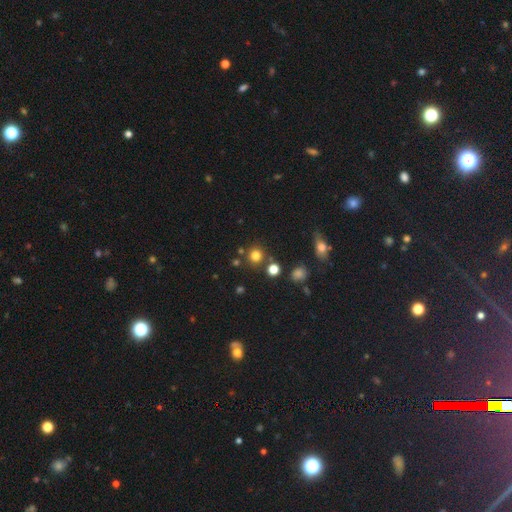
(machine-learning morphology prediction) The model was most divided on "smooth or featured": smooth: 77%, star or artifact: 17%, featured or disk: 6%. More confident: how rounded — round (91%); merging — none (79%).